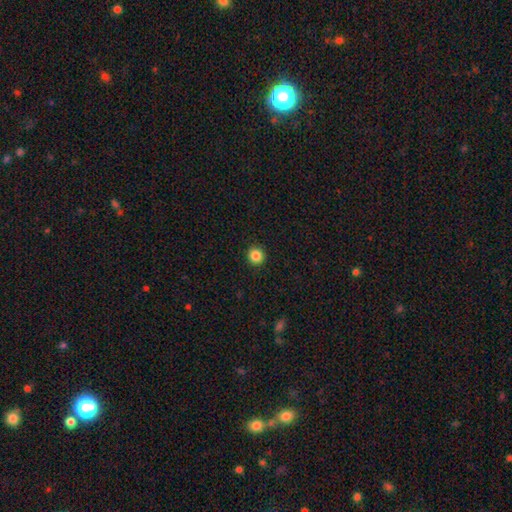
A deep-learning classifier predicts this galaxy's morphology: smooth 85%, star or artifact 11%, featured or disk 4%. Down the decision tree: how rounded — round (95%); merging — none (93%).